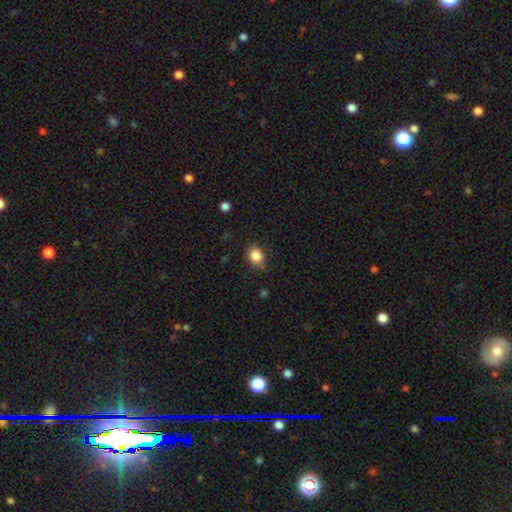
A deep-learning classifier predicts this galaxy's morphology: This is clearly a smooth galaxy (84%). How rounded: likely round (70%). Merging: likely none (76%).